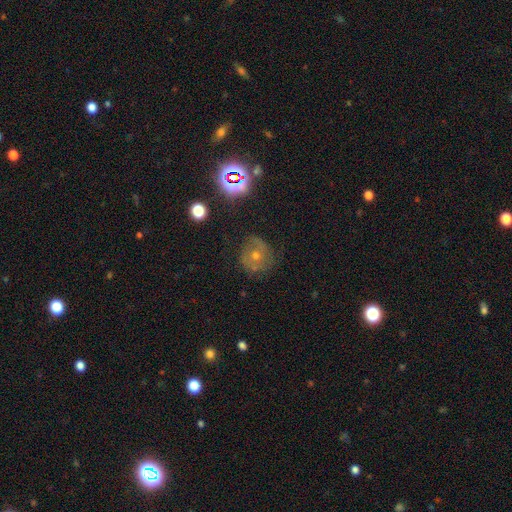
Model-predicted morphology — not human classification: Smooth or featured? featured or disk (52%)
Edge-on disk? no (96%)
Merging? none (73%)